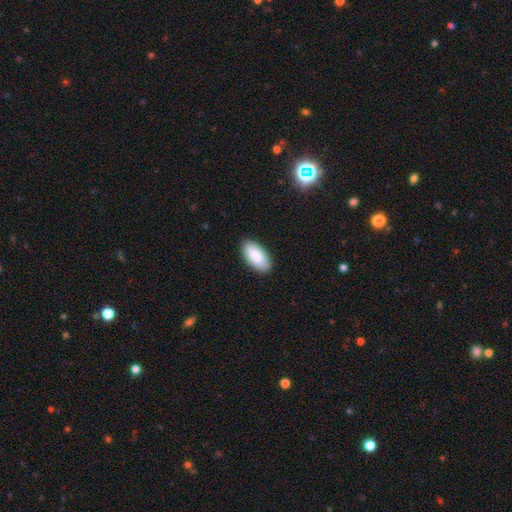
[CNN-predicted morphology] Smooth or featured?
  - smooth: 88% *
  - featured or disk: 7%
  - star or artifact: 5%
How rounded?
  - in between: 94% *
  - cigar-shaped: 4%
  - round: 2%
Merging?
  - none: 88% *
  - minor disturbance: 9%
  - major disturbance: 2%
  - merger: 1%